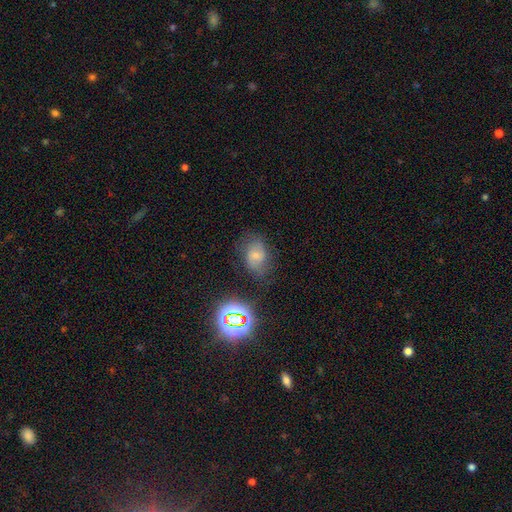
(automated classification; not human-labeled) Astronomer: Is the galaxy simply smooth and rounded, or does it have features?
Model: smooth — 53% (runner-up: featured or disk, 29%).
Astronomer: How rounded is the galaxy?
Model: in between — 71%.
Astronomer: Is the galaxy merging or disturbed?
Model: none — 61%.